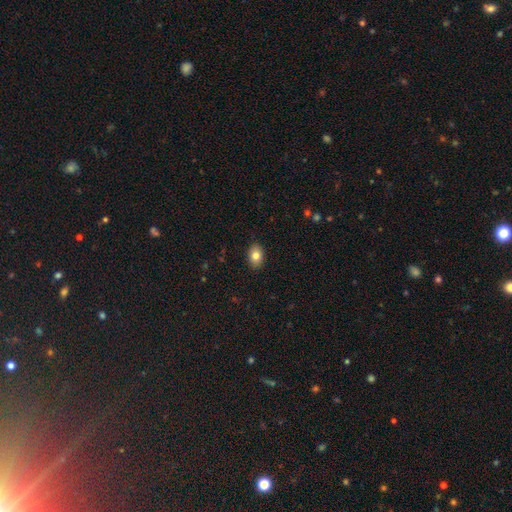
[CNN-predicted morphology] Smooth or featured? smooth (81%)
How rounded? in between (79%)
Merging? none (90%)